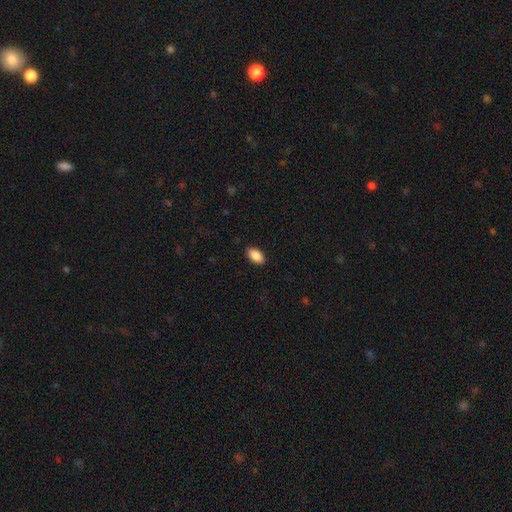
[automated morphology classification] Q: Smooth or featured?
A: smooth (89%); runner-up: star or artifact (7%)
Q: How rounded?
A: in between (94%); runner-up: round (4%)
Q: Merging?
A: none (89%); runner-up: minor disturbance (8%)